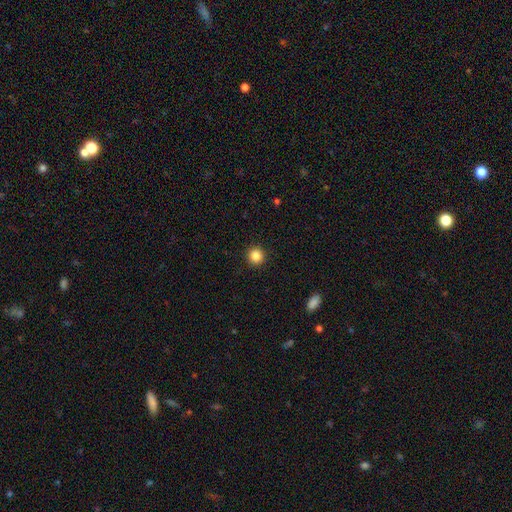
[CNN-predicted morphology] Q: Smooth or featured?
A: smooth (86%); runner-up: star or artifact (11%)
Q: How rounded?
A: round (94%); runner-up: in between (6%)
Q: Merging?
A: none (93%); runner-up: minor disturbance (5%)